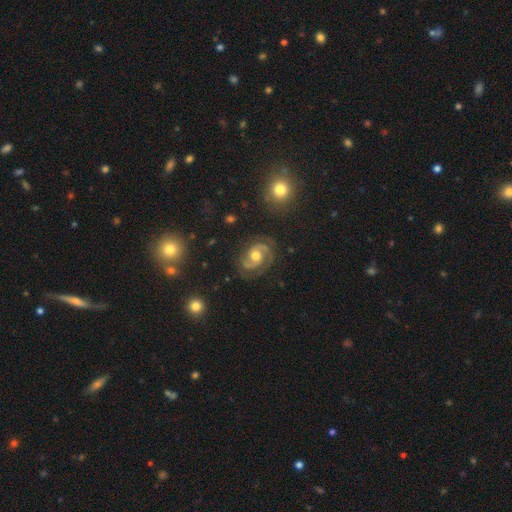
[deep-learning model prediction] Smooth or featured?
  - featured or disk: 85% *
  - smooth: 7%
  - star or artifact: 7%
Edge-on disk?
  - no: 98% *
  - yes: 2%
Bar?
  - no: 67% *
  - weak: 27%
  - strong: 6%
Spiral arms?
  - yes: 97% *
  - no: 3%
Spiral winding?
  - medium: 53% *
  - tight: 34%
  - loose: 13%
Spiral arm count?
  - 2: 88% *
  - can't tell: 4%
  - 3: 3%
  - 1: 2%
  - 4: 1%
  - more than 4: 1%
Bulge size?
  - moderate: 73% *
  - large: 13%
  - small: 11%
  - none: 1%
  - dominant: 1%
Merging?
  - none: 77% *
  - minor disturbance: 15%
  - major disturbance: 7%
  - merger: 2%